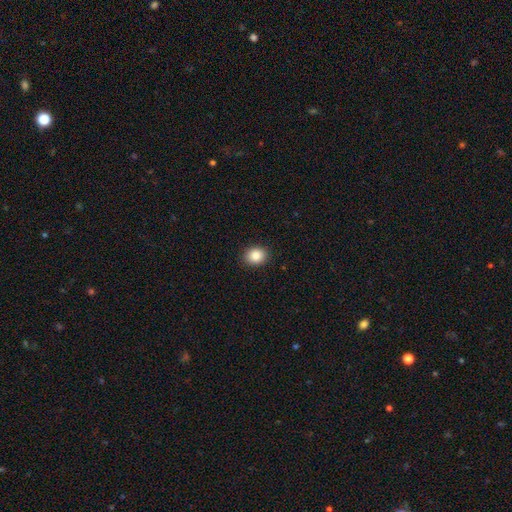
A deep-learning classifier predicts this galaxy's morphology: Q: Smooth or featured?
A: smooth (87%); runner-up: star or artifact (9%)
Q: How rounded?
A: round (55%); runner-up: in between (44%)
Q: Merging?
A: none (90%); runner-up: minor disturbance (7%)